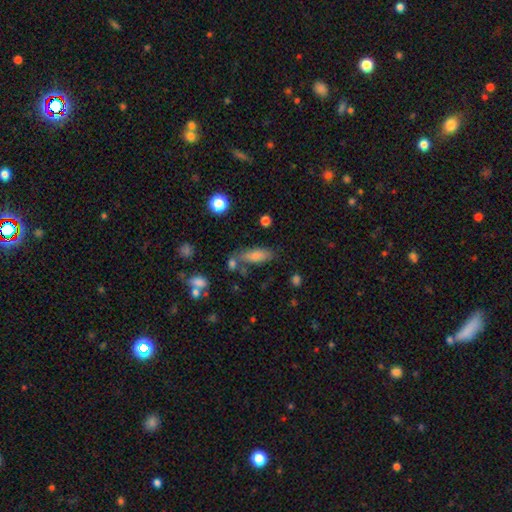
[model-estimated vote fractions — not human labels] smooth 80%, featured or disk 11%, star or artifact 9%. Down the decision tree: how rounded — in between (68%); merging — none (61%).